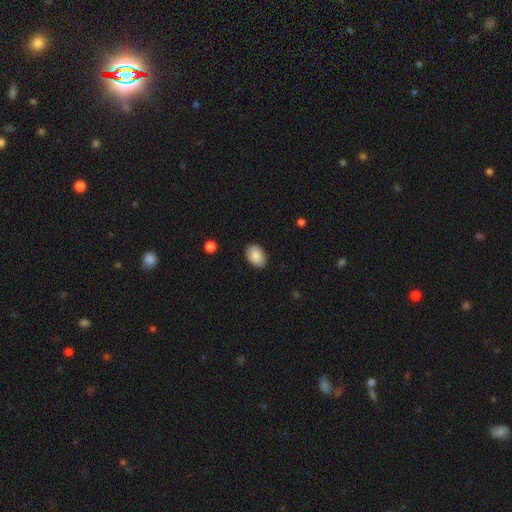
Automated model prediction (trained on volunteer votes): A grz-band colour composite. It shows a smooth galaxy with no disk features (88%) that is in between round and cigar-shaped (82%). Merging: none (87%).